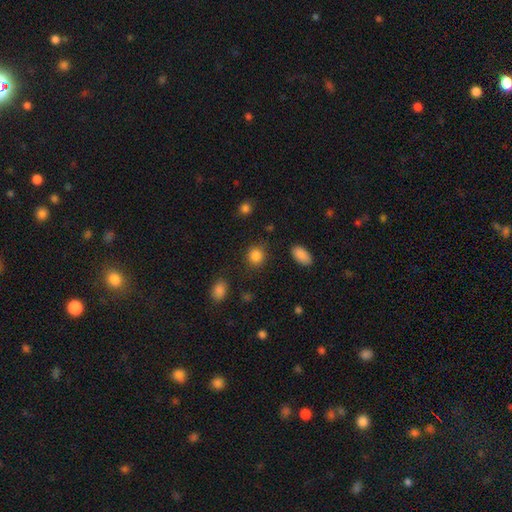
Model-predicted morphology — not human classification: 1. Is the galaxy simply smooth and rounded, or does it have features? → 85% smooth, 11% star or artifact, 4% featured or disk.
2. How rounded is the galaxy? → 77% round, 22% in between, 1% cigar-shaped.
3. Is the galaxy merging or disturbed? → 82% none, 11% minor disturbance, 4% major disturbance, 3% merger.